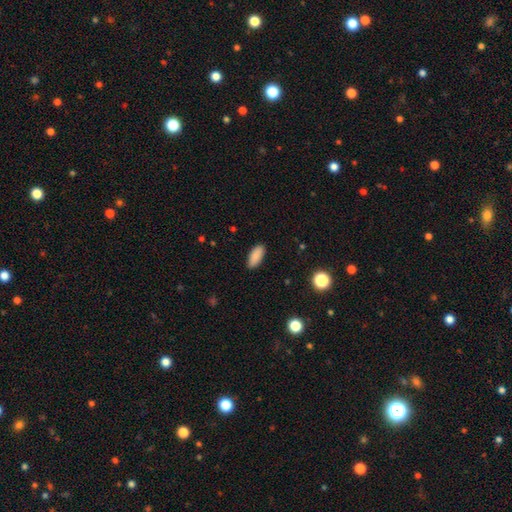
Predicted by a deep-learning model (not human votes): Smooth or featured? smooth (89%)
How rounded? in between (84%)
Merging? none (89%)